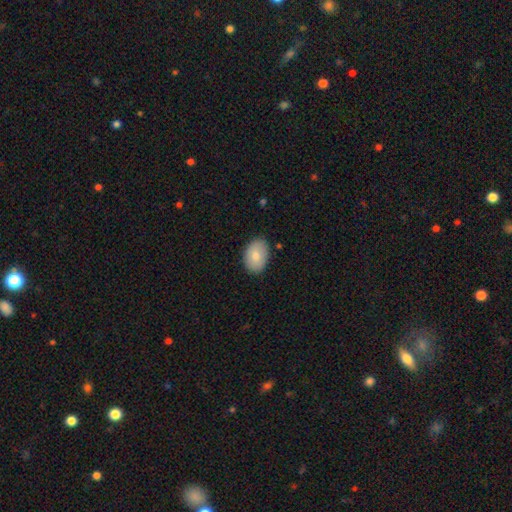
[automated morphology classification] smooth_or_featured: smooth (p=0.81) [alt: featured or disk p=0.13]
how_rounded: in between (p=0.83) [alt: round p=0.16]
merging: none (p=0.85) [alt: minor disturbance p=0.12]